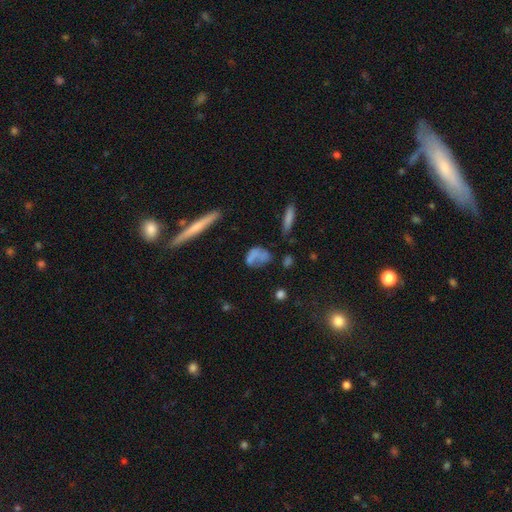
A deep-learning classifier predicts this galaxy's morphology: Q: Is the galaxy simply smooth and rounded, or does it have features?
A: smooth — 60%.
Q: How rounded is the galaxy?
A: in between — 62%.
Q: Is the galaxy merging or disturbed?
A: none — 40%.